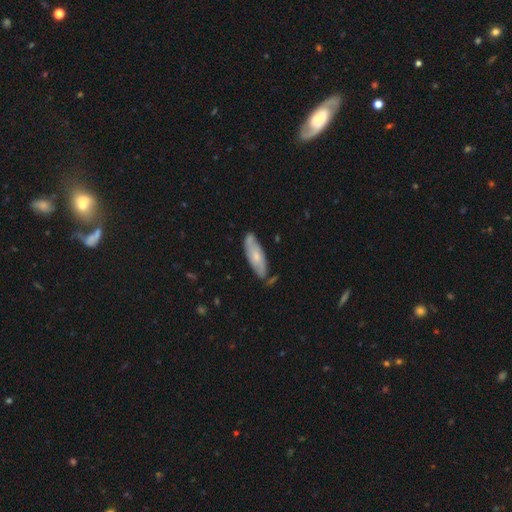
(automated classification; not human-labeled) Smooth or featured?
  - smooth: 52% *
  - featured or disk: 42%
  - star or artifact: 6%
How rounded?
  - in between: 50% *
  - cigar-shaped: 48%
  - round: 2%
Merging?
  - none: 71% *
  - minor disturbance: 21%
  - merger: 4%
  - major disturbance: 4%